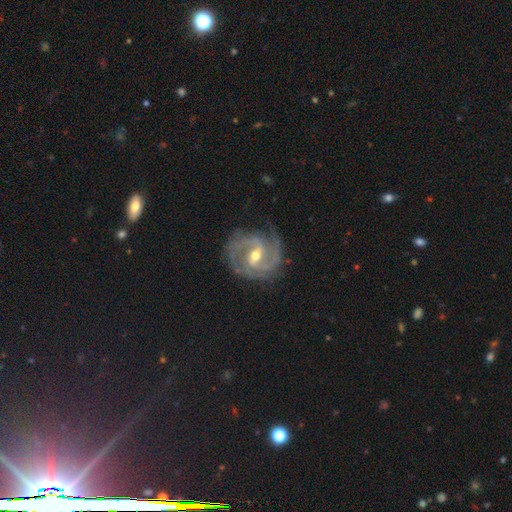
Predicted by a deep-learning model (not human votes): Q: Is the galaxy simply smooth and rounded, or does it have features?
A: featured or disk — 92%.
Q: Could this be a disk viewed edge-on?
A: no — 98%.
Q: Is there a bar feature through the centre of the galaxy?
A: weak — 50%.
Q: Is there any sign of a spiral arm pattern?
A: yes — 98%.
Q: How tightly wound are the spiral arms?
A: medium — 50%.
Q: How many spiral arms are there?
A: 2 — 63%.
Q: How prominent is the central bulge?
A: moderate — 59%.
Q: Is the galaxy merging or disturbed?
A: none — 76%.